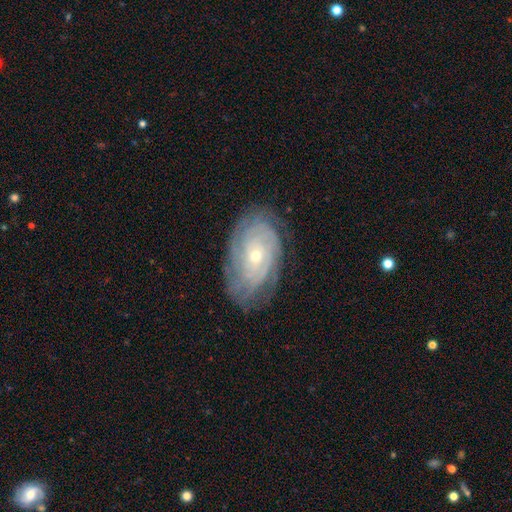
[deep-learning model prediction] Smooth or featured: featured or disk — 84% (smooth — 10%)
Edge-on disk: no — 95% (yes — 5%)
Bar: no — 76% (weak — 19%)
Spiral arms: yes — 96% (no — 4%)
Spiral winding: tight — 80% (medium — 16%)
Spiral arm count: can't tell — 40% (4 — 18%)
Bulge size: small — 62% (moderate — 35%)
Merging: none — 77% (minor disturbance — 17%)